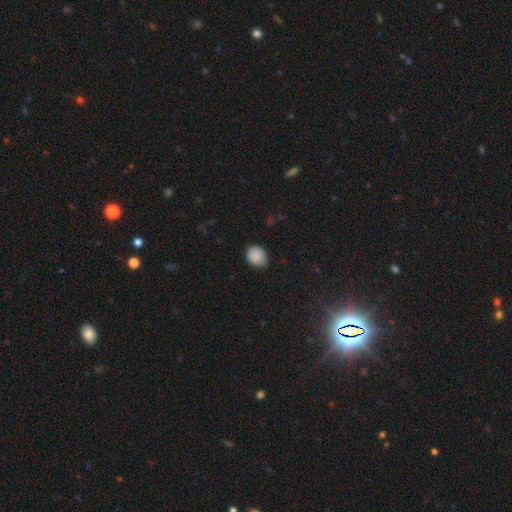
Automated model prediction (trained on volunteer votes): Smooth or featured? Predicted: smooth (p=0.88). How rounded? Predicted: round (p=0.65). Merging? Predicted: none (p=0.75).